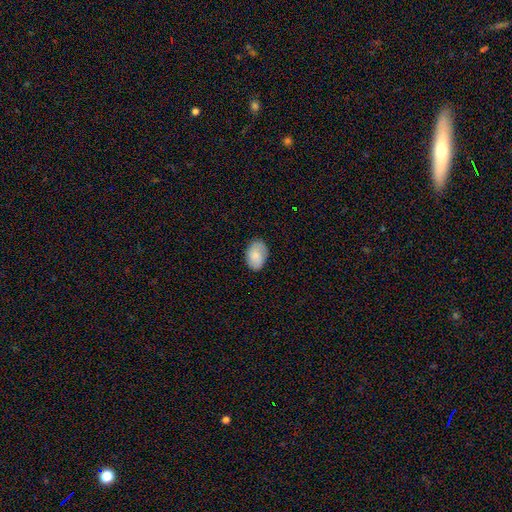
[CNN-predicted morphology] Smooth or featured? smooth (79%)
How rounded? in between (84%)
Merging? none (80%)